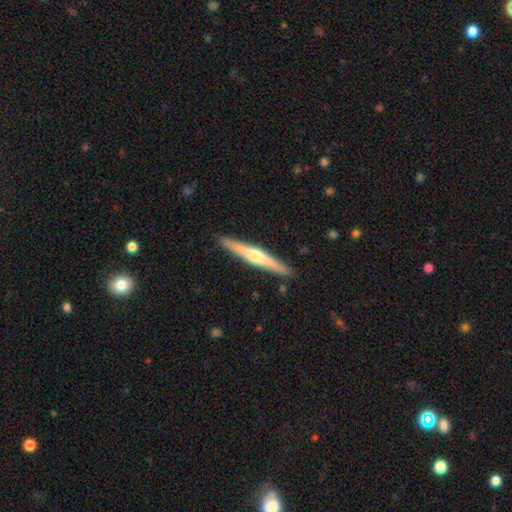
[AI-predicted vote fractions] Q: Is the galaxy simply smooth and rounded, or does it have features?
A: featured or disk — 59%.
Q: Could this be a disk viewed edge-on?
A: yes — 97%.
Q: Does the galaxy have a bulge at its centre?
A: rounded — 72%.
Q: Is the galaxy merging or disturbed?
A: none — 90%.